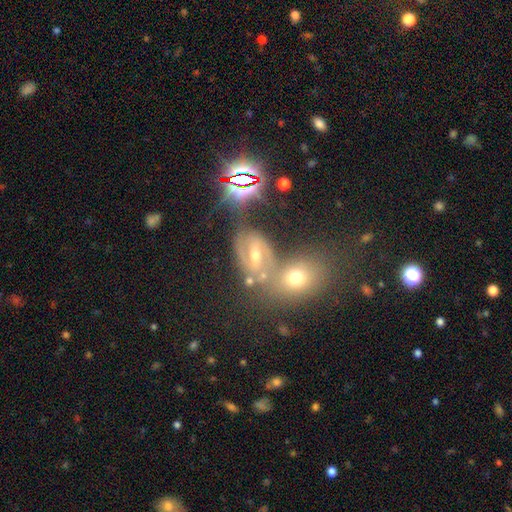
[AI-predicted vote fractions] This is possibly a featured or disk galaxy (50%). Merging: possibly none (51%).